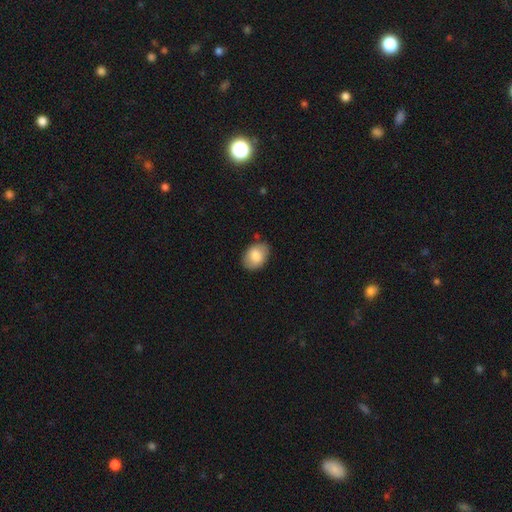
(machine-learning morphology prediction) The model was most divided on "how rounded": in between: 78%, round: 21%, cigar-shaped: 1%. More confident: merging — none (82%); smooth or featured — smooth (82%).